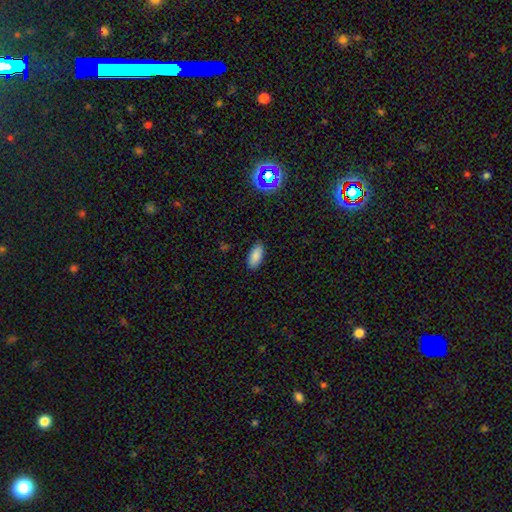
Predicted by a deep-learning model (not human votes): Overall: smooth (86%). How rounded: in between (89%). Merging: none (87%).